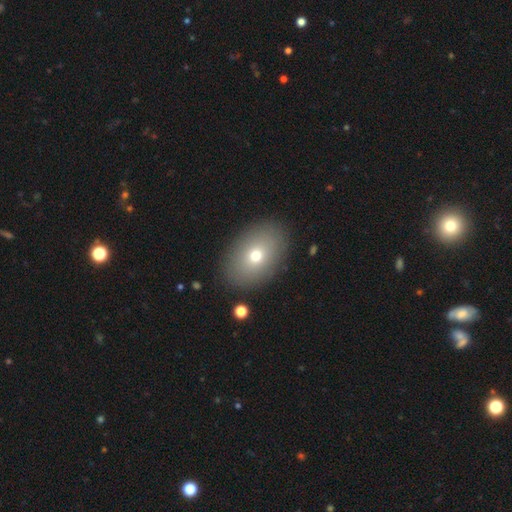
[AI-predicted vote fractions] Overall: smooth (72%). How rounded: in between (81%). Merging: none (88%).